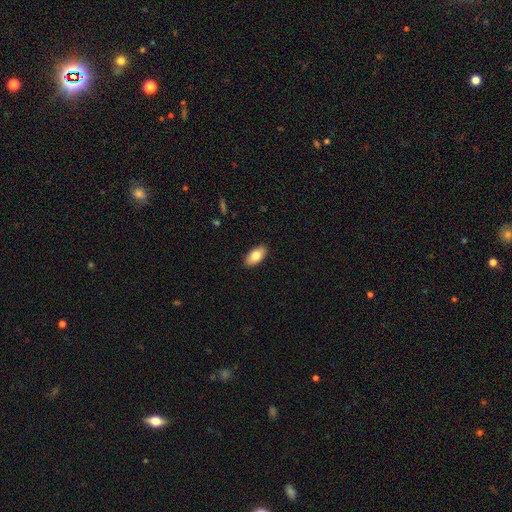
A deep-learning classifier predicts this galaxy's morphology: smooth-or-featured: smooth: 78% | featured or disk: 15% | star or artifact: 7%
  how-rounded: in between: 93% | cigar-shaped: 4% | round: 3%
  merging: none: 89% | minor disturbance: 8% | major disturbance: 2% | merger: 1%